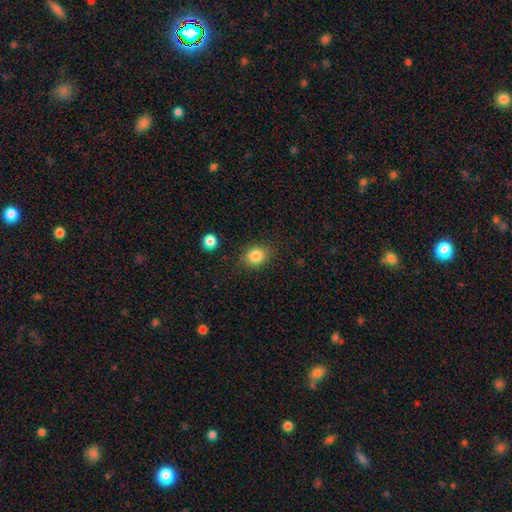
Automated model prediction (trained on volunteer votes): The model was most divided on "how rounded": round: 51%, in between: 48%, cigar-shaped: 1%. More confident: merging — none (85%); smooth or featured — smooth (84%).